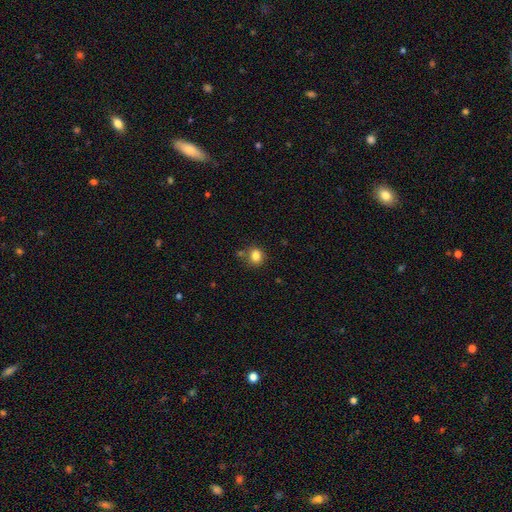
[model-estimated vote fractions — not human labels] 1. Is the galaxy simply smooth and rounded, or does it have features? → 83% smooth, 11% star or artifact, 6% featured or disk.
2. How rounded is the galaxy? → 69% round, 30% in between, 1% cigar-shaped.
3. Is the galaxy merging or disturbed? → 76% none, 12% minor disturbance, 8% merger, 3% major disturbance.